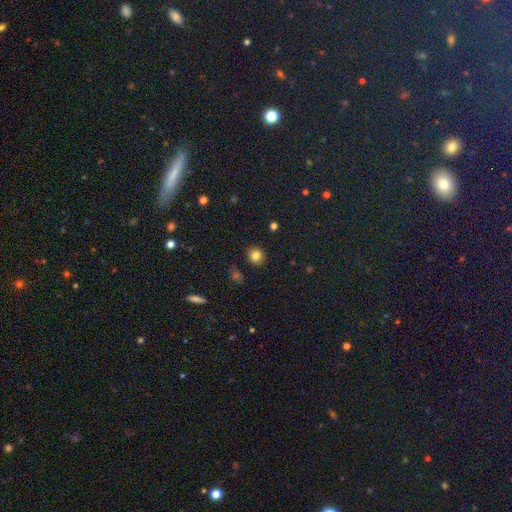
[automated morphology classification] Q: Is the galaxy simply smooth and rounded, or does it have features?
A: smooth — 82%.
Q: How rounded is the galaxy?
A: round — 87%.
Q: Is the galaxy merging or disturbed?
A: none — 89%.